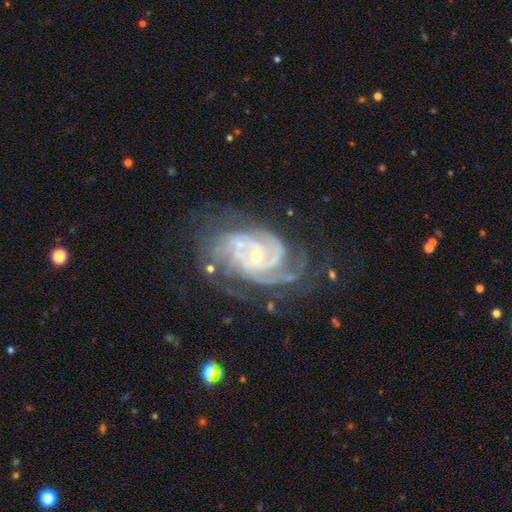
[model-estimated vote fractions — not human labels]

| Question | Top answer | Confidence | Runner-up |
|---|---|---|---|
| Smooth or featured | featured or disk | 90% | star or artifact (6%) |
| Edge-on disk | no | 97% | yes (3%) |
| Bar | no | 64% | weak (27%) |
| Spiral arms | yes | 98% | no (2%) |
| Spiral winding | tight | 66% | medium (30%) |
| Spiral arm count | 3 | 31% | 4 (22%) |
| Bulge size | small | 75% | moderate (20%) |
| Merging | none | 63% | minor disturbance (21%) |